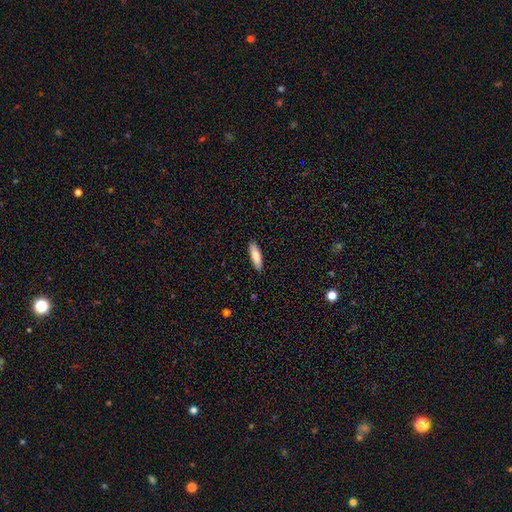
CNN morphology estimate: type=smooth (85%); roundness=cigar-shaped (54%); merging=none (89%).